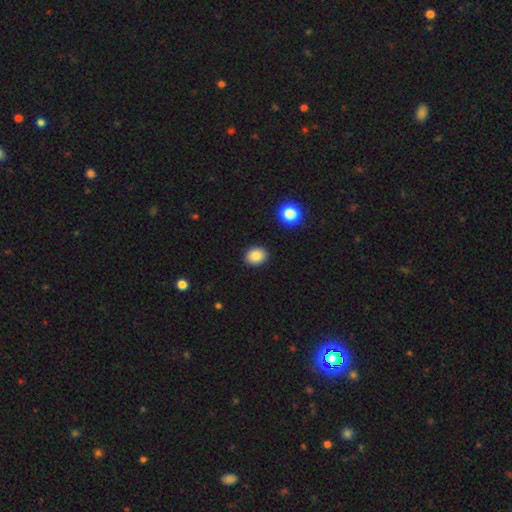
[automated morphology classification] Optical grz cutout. It shows a smooth galaxy with no disk features (85%) that is round (57%). Merging: none (90%).